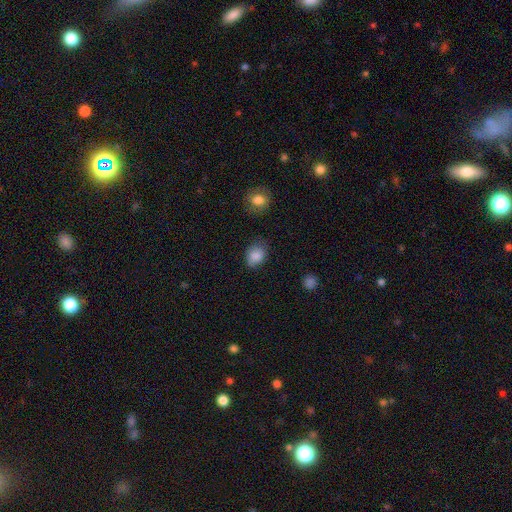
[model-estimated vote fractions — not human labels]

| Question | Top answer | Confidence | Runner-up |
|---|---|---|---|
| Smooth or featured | smooth | 86% | star or artifact (8%) |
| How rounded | in between | 62% | round (37%) |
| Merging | none | 68% | minor disturbance (25%) |